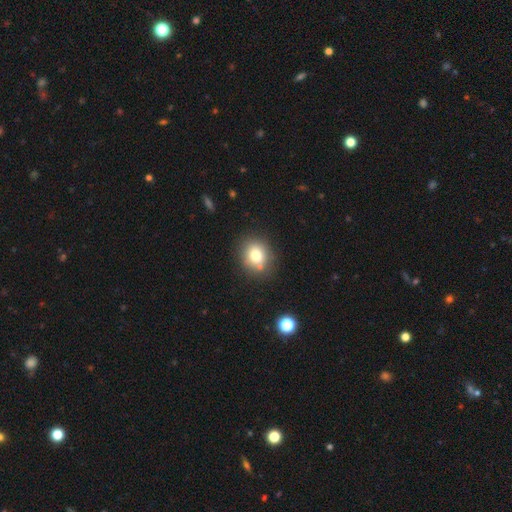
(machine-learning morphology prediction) type=smooth (78%); roundness=round (70%); merging=none (78%).